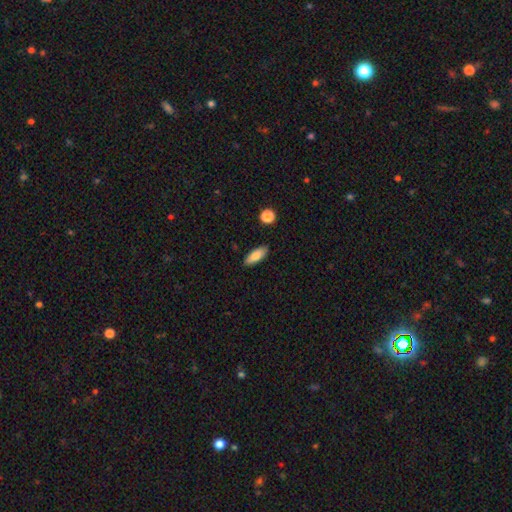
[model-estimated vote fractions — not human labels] Smooth or featured: smooth — 83% (featured or disk — 10%)
How rounded: in between — 76% (cigar-shaped — 22%)
Merging: none — 87% (minor disturbance — 9%)